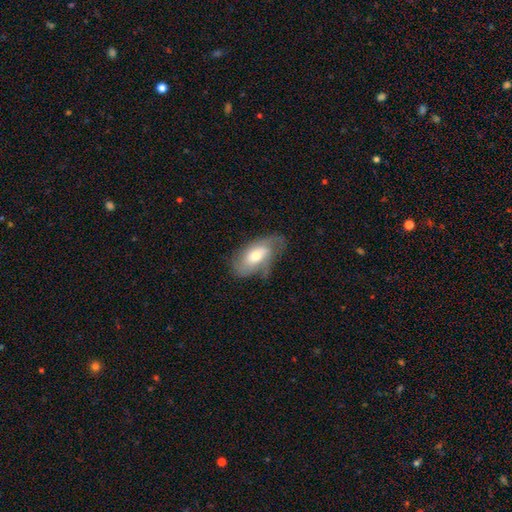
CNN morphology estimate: Smooth or featured? Predicted: featured or disk (p=0.50). Edge-on disk? Predicted: no (p=0.89). Merging? Predicted: none (p=0.55).